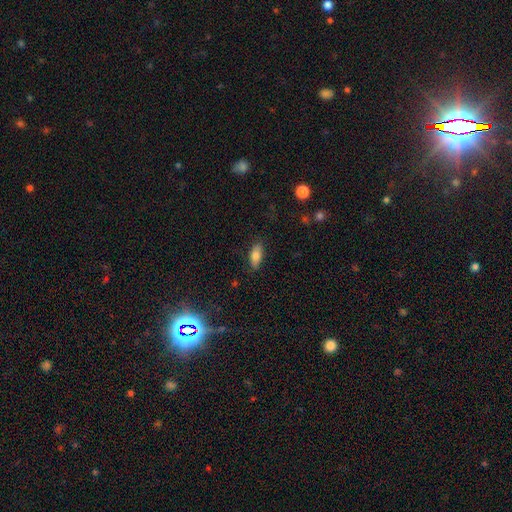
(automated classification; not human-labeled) The model was most divided on "smooth or featured": smooth: 79%, featured or disk: 14%, star or artifact: 7%. More confident: how rounded — in between (86%); merging — none (85%).